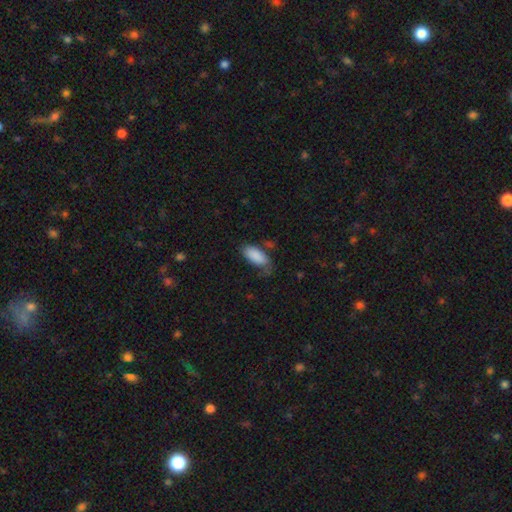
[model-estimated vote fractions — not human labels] A smooth galaxy with no disk features (88%) that is in between round and cigar-shaped (90%). Merging: none (58%).